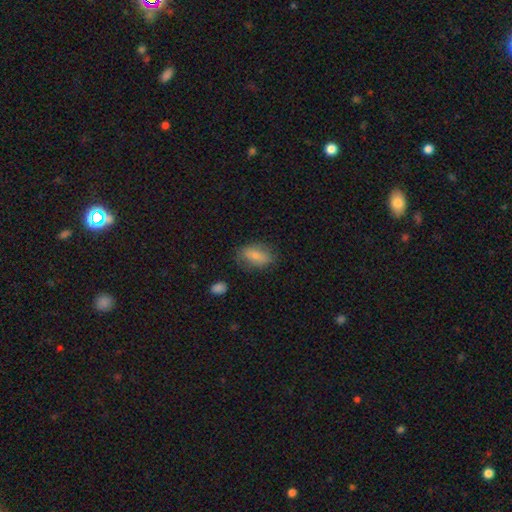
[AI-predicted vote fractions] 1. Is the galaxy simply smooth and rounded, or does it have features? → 75% smooth, 18% featured or disk, 8% star or artifact.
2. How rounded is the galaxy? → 86% in between, 10% round, 4% cigar-shaped.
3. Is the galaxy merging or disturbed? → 70% none, 21% minor disturbance, 7% major disturbance, 2% merger.